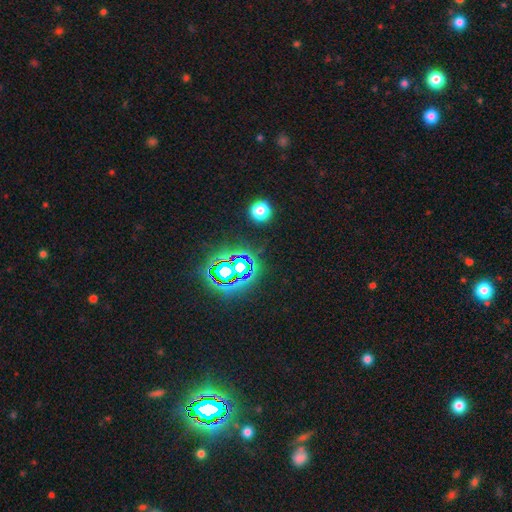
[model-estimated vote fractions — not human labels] smooth-or-featured: star or artifact: 78% | smooth: 15% | featured or disk: 7%